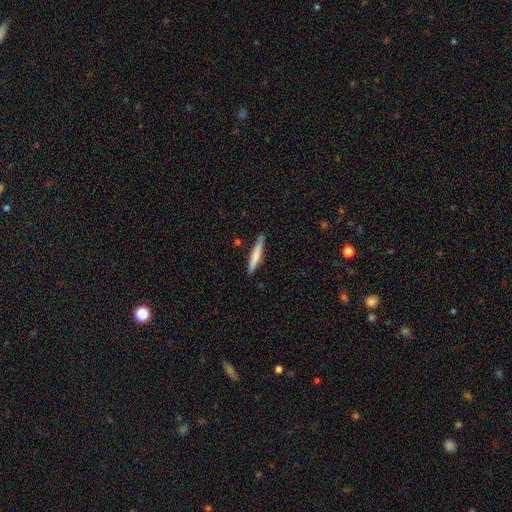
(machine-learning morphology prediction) smooth 70%, featured or disk 24%, star or artifact 5%. Down the decision tree: how rounded — cigar-shaped (93%); merging — none (86%).